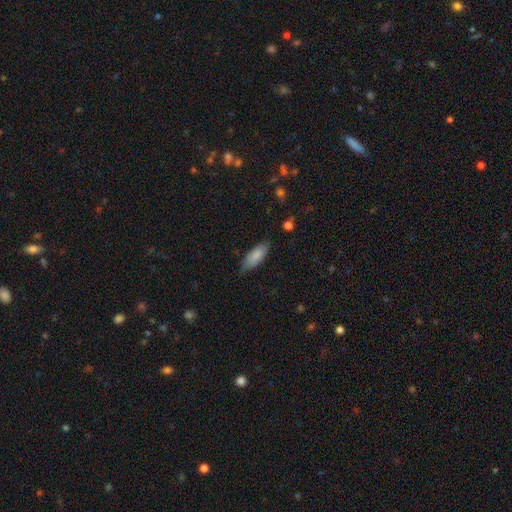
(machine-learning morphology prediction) A smooth galaxy with no disk features (83%) that is in between round and cigar-shaped (75%). Merging: none (71%).